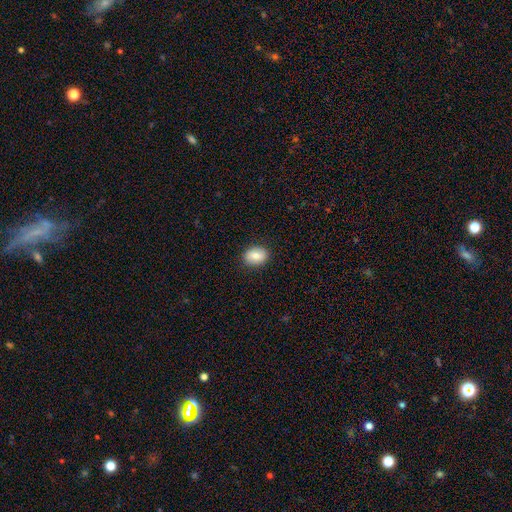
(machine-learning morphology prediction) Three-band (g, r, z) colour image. It shows a smooth galaxy with no disk features (81%) that is in between round and cigar-shaped (66%). Merging: none (88%).